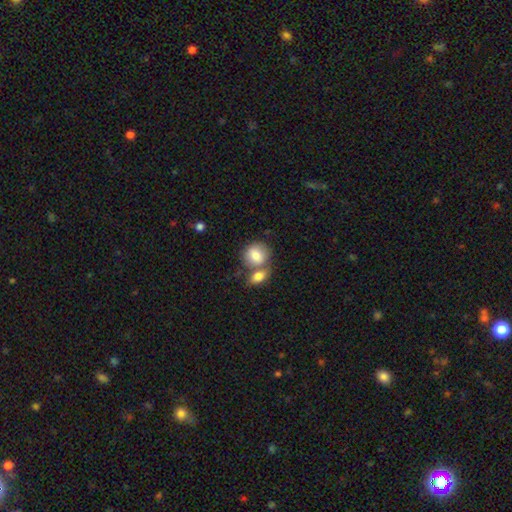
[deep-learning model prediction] A smooth galaxy with no disk features (82%) that is round (65%). Merging: merger (49%).